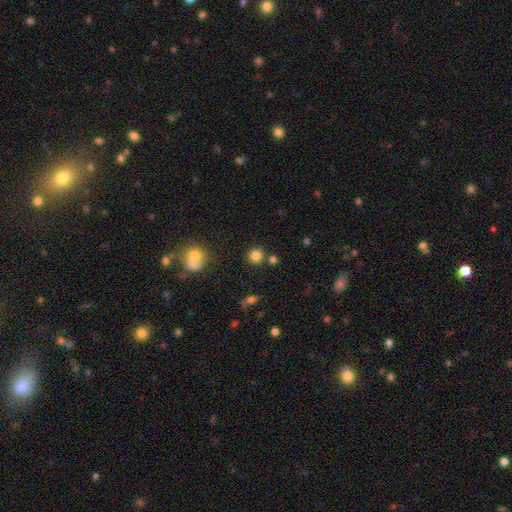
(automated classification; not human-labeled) Morphology: type=smooth (82%); roundness=round (91%); merging=none (81%).